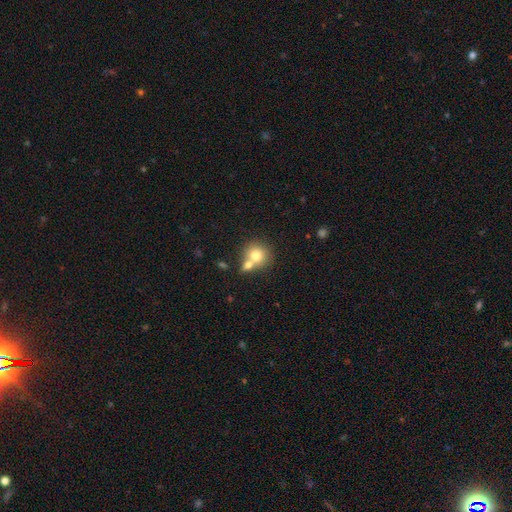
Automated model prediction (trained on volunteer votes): smooth-or-featured: smooth: 74% | featured or disk: 16% | star or artifact: 10%
  how-rounded: round: 83% | in between: 16% | cigar-shaped: 1%
  merging: merger: 47% | none: 42% | minor disturbance: 8% | major disturbance: 3%